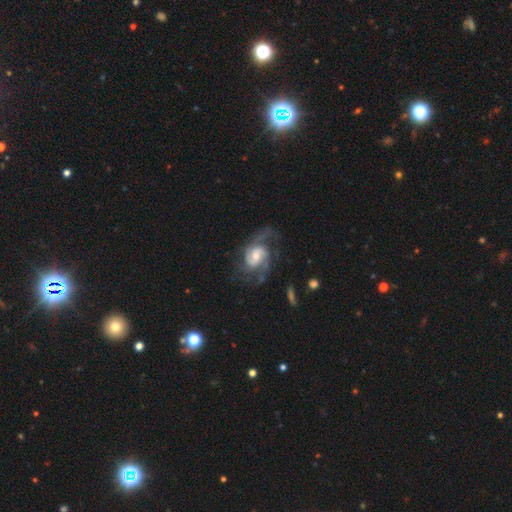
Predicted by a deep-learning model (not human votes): A featured or disk galaxy (86%) with a weak bar (45%), 2 (53%) medium (50%) spiral arms (95%) and a moderate central bulge (53%). Merging: none (56%).